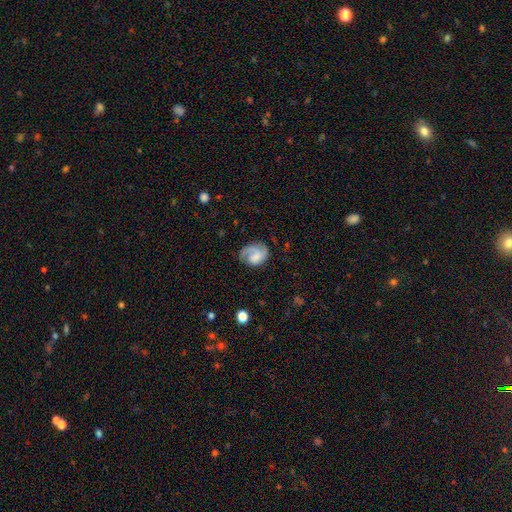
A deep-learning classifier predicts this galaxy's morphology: The model was most divided on "bulge size": none: 38%, small: 25%, moderate: 22%, large: 12%, dominant: 3%. More confident: edge-on disk — no (97%); spiral arms — yes (89%); bar — no (61%); smooth or featured — featured or disk (57%); merging — none (54%).